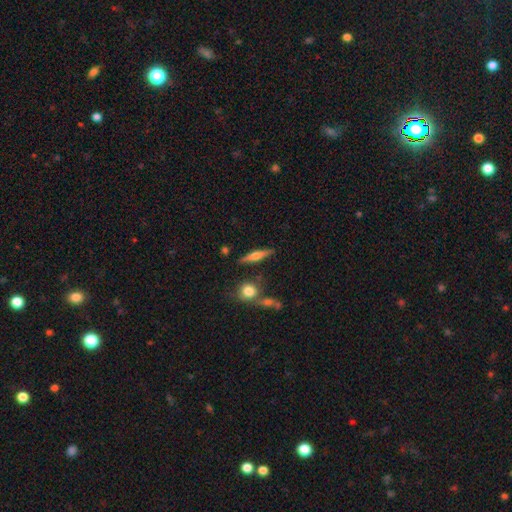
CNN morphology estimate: This is possibly a featured or disk galaxy (55%). It is clearly viewed edge-on (95%). Edge-on bulge: clearly rounded (88%). Merging: clearly none (82%).